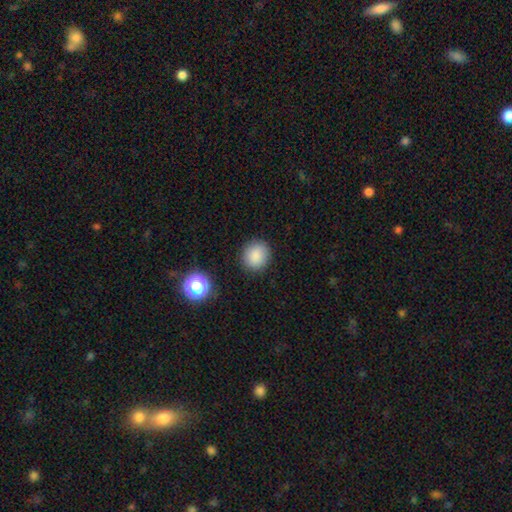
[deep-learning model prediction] Smooth or featured? smooth (86%)
How rounded? round (83%)
Merging? none (89%)